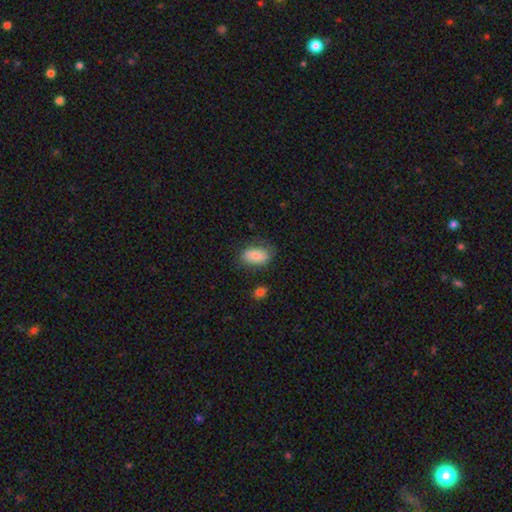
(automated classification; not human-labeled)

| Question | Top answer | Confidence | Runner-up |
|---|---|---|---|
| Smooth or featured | smooth | 76% | featured or disk (17%) |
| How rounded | in between | 92% | round (6%) |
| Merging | none | 69% | minor disturbance (22%) |